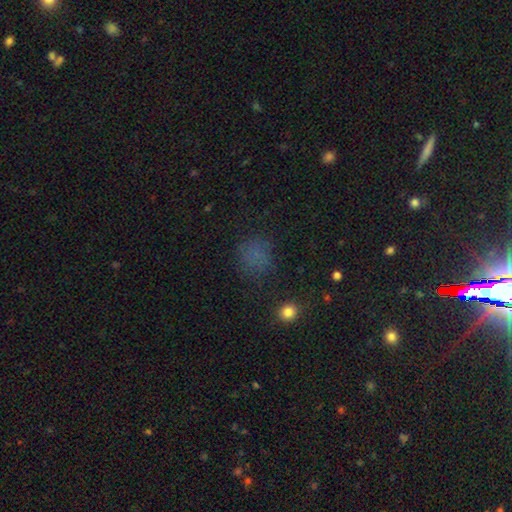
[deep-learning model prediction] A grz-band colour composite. It shows a smooth galaxy with no disk features (67%) that is round (82%). Merging: none (76%).